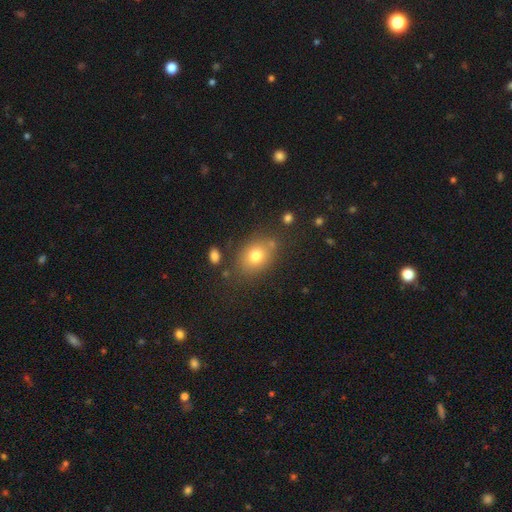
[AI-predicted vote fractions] Smooth or featured? Predicted: smooth (p=0.76). How rounded? Predicted: in between (p=0.64). Merging? Predicted: none (p=0.74).